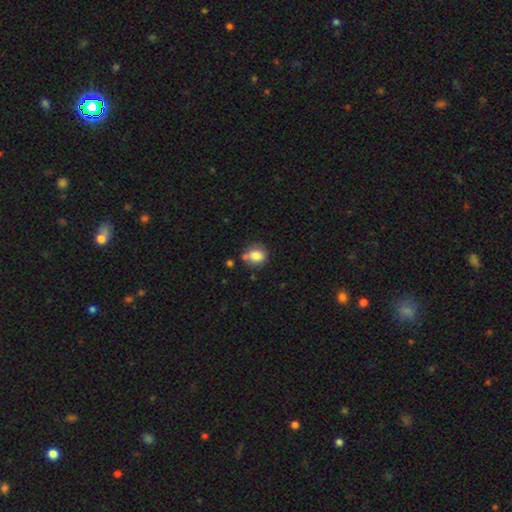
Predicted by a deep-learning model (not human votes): Smooth or featured? Predicted: smooth (p=0.81). How rounded? Predicted: round (p=0.61). Merging? Predicted: none (p=0.61).